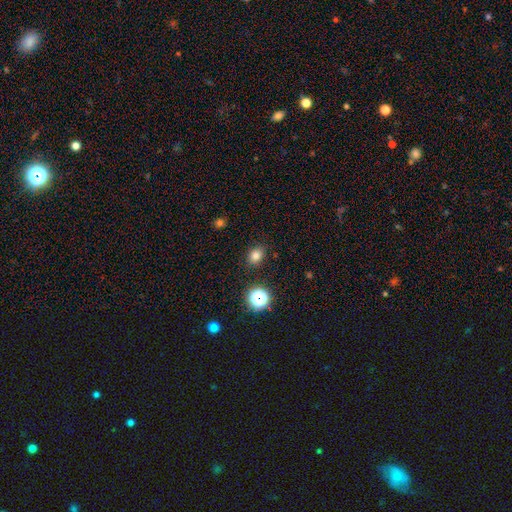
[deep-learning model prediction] A smooth galaxy with no disk features (78%) that is in between round and cigar-shaped (52%).

Vote fractions:
- Smooth or featured? smooth: 78% / star or artifact: 16% / featured or disk: 7%
- How rounded? in between: 52% / round: 47% / cigar-shaped: 1%
- Merging? none: 86% / minor disturbance: 9% / major disturbance: 3% / merger: 2%